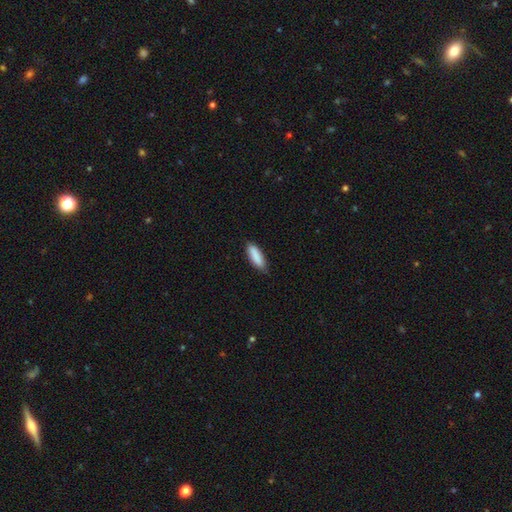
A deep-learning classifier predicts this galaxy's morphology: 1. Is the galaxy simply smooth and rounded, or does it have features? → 88% smooth, 6% star or artifact, 6% featured or disk.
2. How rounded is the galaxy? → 51% cigar-shaped, 47% in between, 1% round.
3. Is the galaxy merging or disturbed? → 80% none, 16% minor disturbance, 2% major disturbance, 1% merger.